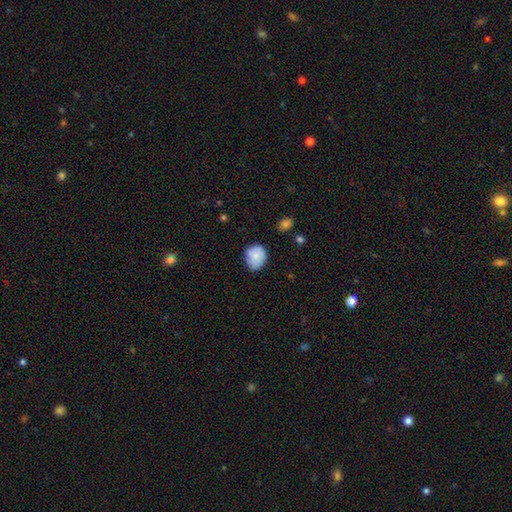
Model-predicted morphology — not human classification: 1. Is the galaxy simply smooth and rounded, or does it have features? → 79% smooth, 13% featured or disk, 8% star or artifact.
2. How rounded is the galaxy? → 59% round, 40% in between, 1% cigar-shaped.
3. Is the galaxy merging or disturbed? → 55% none, 35% minor disturbance, 7% major disturbance, 3% merger.